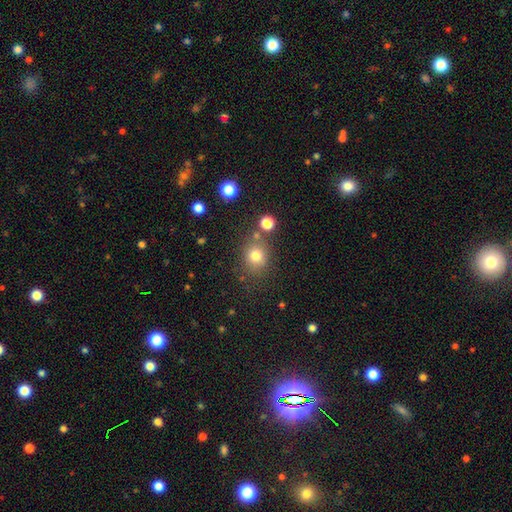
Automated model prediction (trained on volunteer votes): Smooth or featured? smooth (77%)
How rounded? round (76%)
Merging? none (75%)